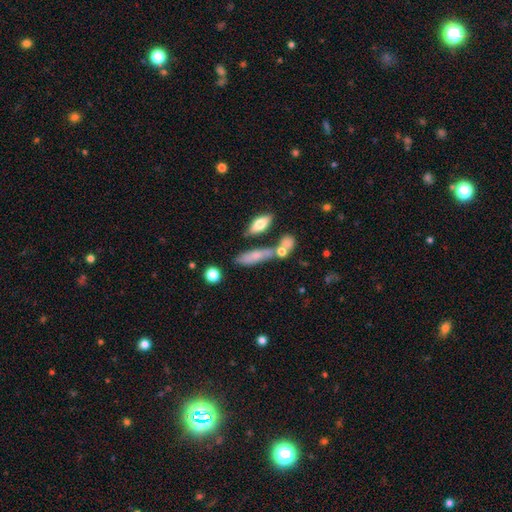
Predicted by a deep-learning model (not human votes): smooth-or-featured: smooth: 66% | featured or disk: 24% | star or artifact: 11%
  how-rounded: cigar-shaped: 59% | in between: 36% | round: 5%
  merging: none: 56% | merger: 20% | minor disturbance: 17% | major disturbance: 7%